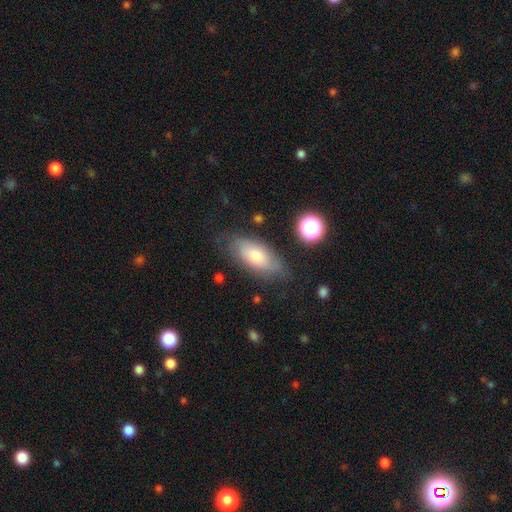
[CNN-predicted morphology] A smooth galaxy with no disk features (58%) that is in between round and cigar-shaped (85%).

Vote fractions:
- Smooth or featured? smooth: 58% / featured or disk: 33% / star or artifact: 9%
- How rounded? in between: 85% / cigar-shaped: 11% / round: 4%
- Merging? none: 69% / minor disturbance: 21% / major disturbance: 7% / merger: 2%